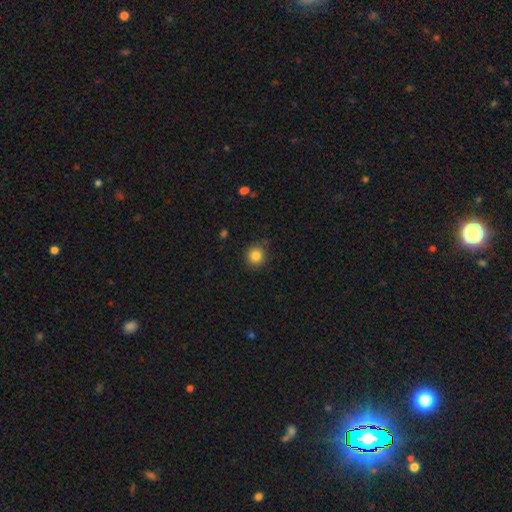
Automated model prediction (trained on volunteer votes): This appears to be a smooth galaxy with no disk features (85%) that is round (90%). Merging: none (85%).